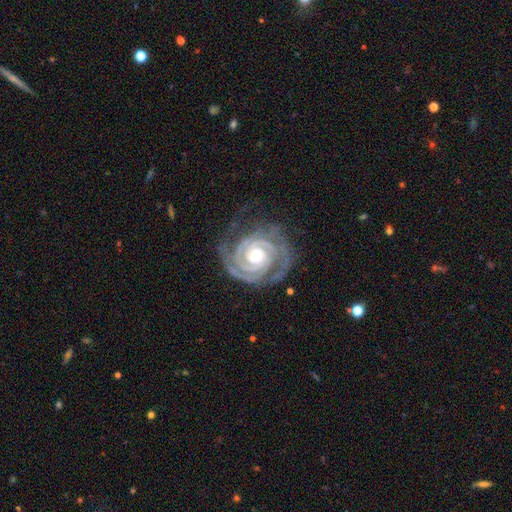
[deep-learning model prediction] Q: Smooth or featured?
A: featured or disk (94%); runner-up: star or artifact (4%)
Q: Edge-on disk?
A: no (98%); runner-up: yes (2%)
Q: Bar?
A: no (65%); runner-up: weak (24%)
Q: Spiral arms?
A: yes (99%); runner-up: no (1%)
Q: Spiral winding?
A: tight (81%); runner-up: medium (17%)
Q: Spiral arm count?
A: 2 (59%); runner-up: 3 (21%)
Q: Bulge size?
A: moderate (67%); runner-up: small (22%)
Q: Merging?
A: none (73%); runner-up: minor disturbance (18%)